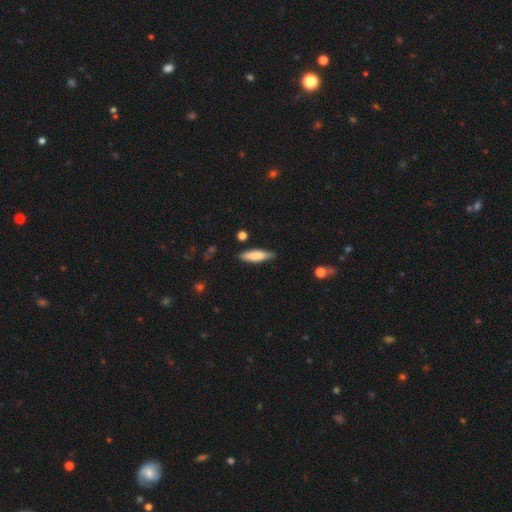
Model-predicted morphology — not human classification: This is likely a smooth galaxy (77%). How rounded: likely cigar-shaped (62%). Merging: clearly none (82%).